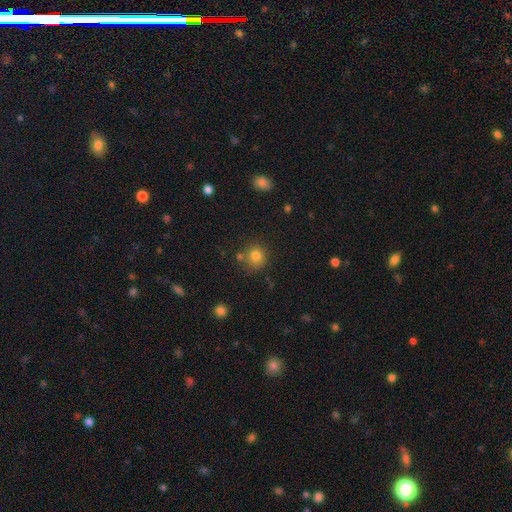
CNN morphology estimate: The model was most divided on "merging": none: 72%, merger: 12%, minor disturbance: 12%, major disturbance: 4%. More confident: how rounded — round (88%); smooth or featured — smooth (80%).